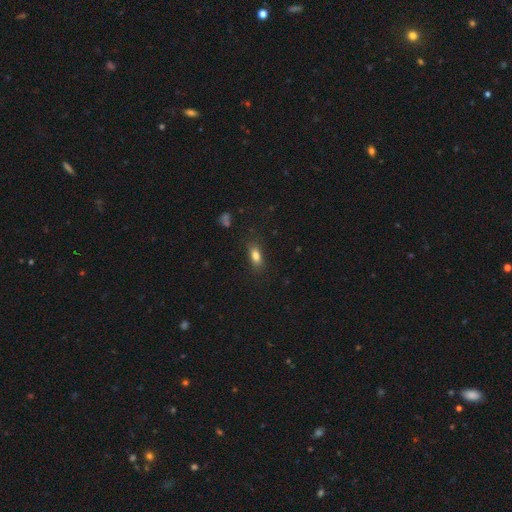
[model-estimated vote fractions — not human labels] This appears to be a smooth galaxy with no disk features (80%) that is in between round and cigar-shaped (78%). Merging: none (79%).